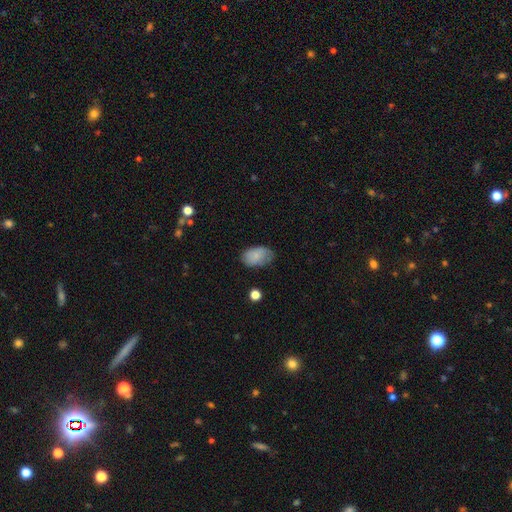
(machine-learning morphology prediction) Smooth or featured?
  - smooth: 81% *
  - featured or disk: 12%
  - star or artifact: 7%
How rounded?
  - in between: 89% *
  - round: 10%
  - cigar-shaped: 1%
Merging?
  - none: 63% *
  - minor disturbance: 28%
  - major disturbance: 7%
  - merger: 2%